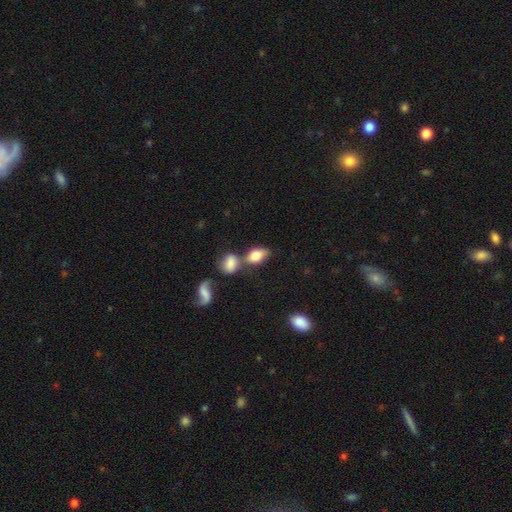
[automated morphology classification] Q: Smooth or featured?
A: smooth (75%); runner-up: featured or disk (16%)
Q: How rounded?
A: in between (84%); runner-up: round (12%)
Q: Merging?
A: none (45%); runner-up: merger (31%)